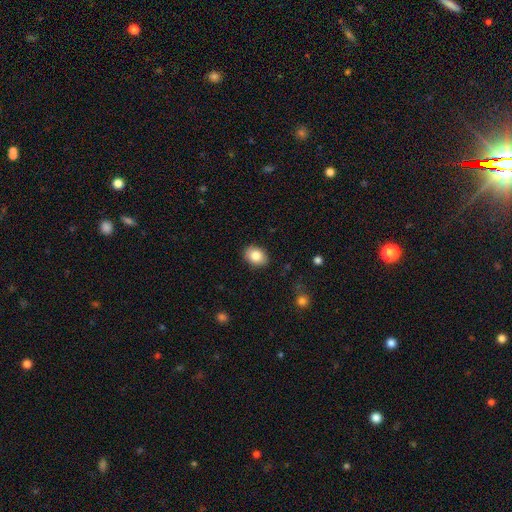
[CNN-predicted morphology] Q: Smooth or featured?
A: smooth (84%); runner-up: featured or disk (8%)
Q: How rounded?
A: in between (63%); runner-up: round (36%)
Q: Merging?
A: none (87%); runner-up: minor disturbance (9%)